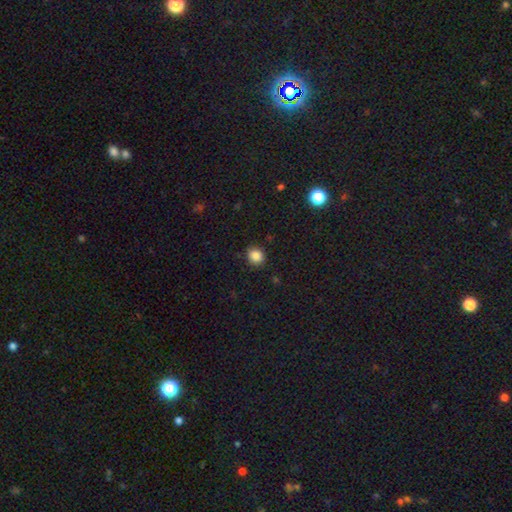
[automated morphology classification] A smooth galaxy with no disk features (86%) that is round (76%).

Vote fractions:
- Smooth or featured? smooth: 86% / star or artifact: 10% / featured or disk: 4%
- How rounded? round: 76% / in between: 23% / cigar-shaped: 1%
- Merging? none: 89% / minor disturbance: 8% / major disturbance: 2% / merger: 1%